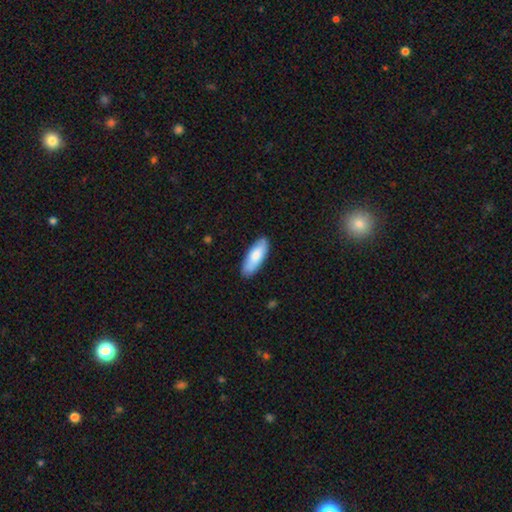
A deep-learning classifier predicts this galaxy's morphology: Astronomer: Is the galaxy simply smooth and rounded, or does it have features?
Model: smooth — 79%.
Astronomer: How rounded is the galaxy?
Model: in between — 69%.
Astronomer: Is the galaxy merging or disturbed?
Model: none — 87%.